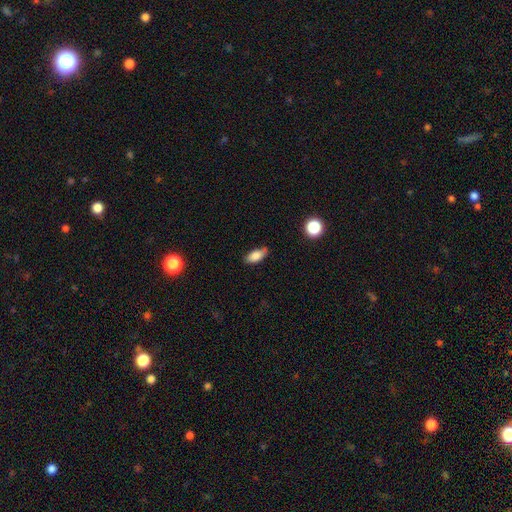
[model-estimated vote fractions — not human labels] Overall: smooth (82%). How rounded: in between (85%). Merging: none (73%).